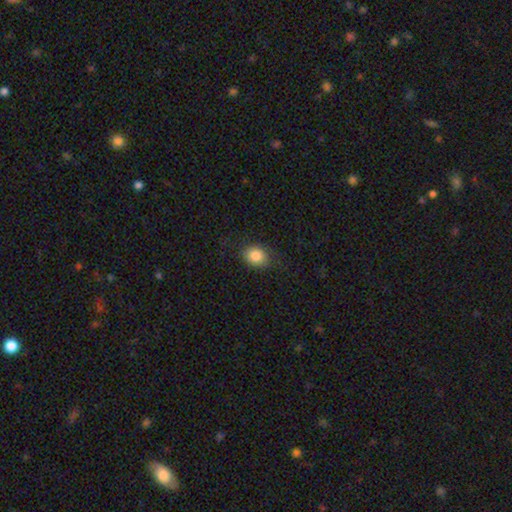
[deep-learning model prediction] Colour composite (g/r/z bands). It shows a smooth galaxy with no disk features (85%) that is round (51%). Merging: none (81%).